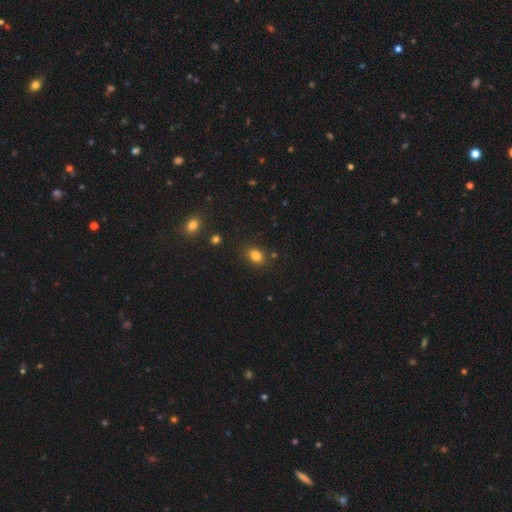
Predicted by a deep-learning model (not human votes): smooth 82%, star or artifact 12%, featured or disk 6%. Down the decision tree: how rounded — in between (62%); merging — none (84%).